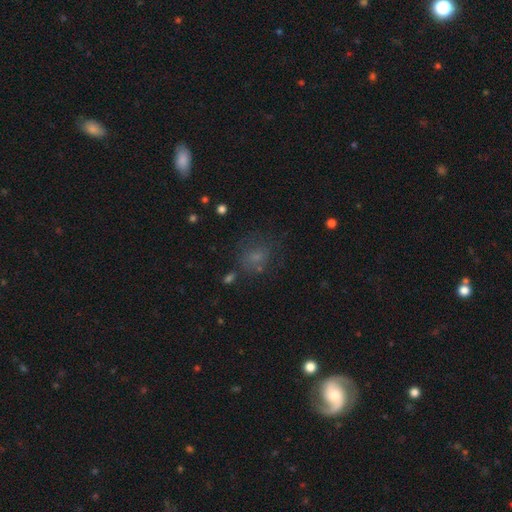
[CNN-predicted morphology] smooth_or_featured: smooth (p=0.59) [alt: star or artifact p=0.24]
how_rounded: round (p=0.65) [alt: in between p=0.34]
merging: none (p=0.60) [alt: minor disturbance p=0.20]